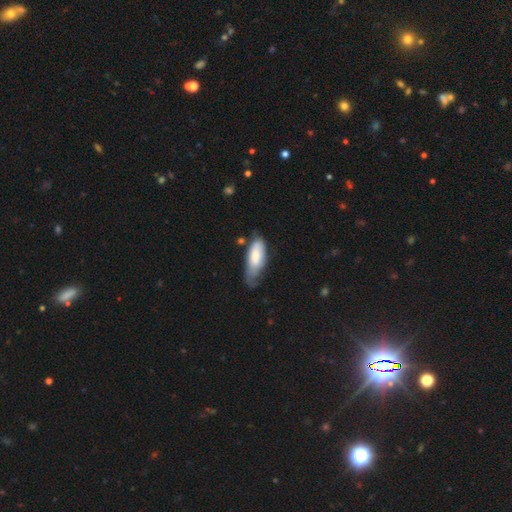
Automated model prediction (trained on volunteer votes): Smooth or featured? smooth (70%)
How rounded? in between (77%)
Merging? minor disturbance (41%)